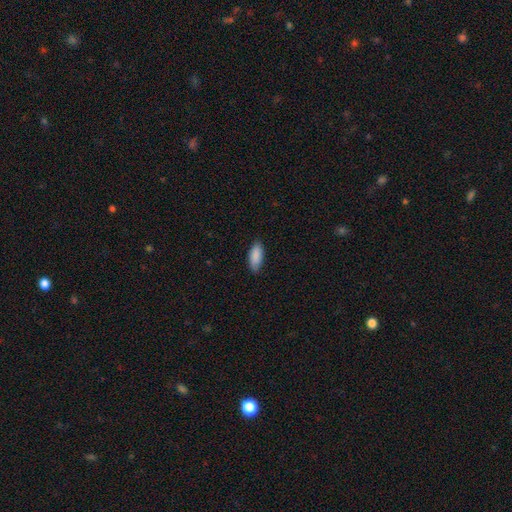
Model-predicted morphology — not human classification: This appears to be a smooth galaxy with no disk features (89%) that is in between round and cigar-shaped (83%). Merging: none (82%).